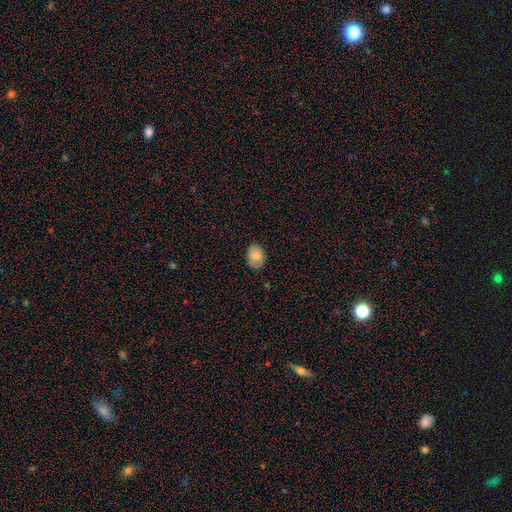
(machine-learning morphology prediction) smooth 74%, featured or disk 18%, star or artifact 8%. Down the decision tree: how rounded — in between (69%); merging — none (80%).